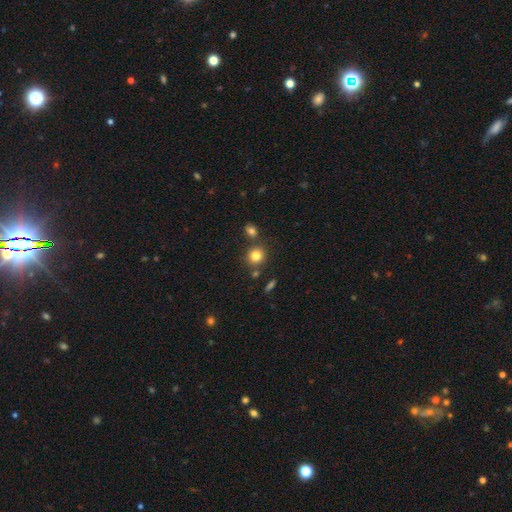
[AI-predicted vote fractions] smooth 80%, star or artifact 12%, featured or disk 8%. Down the decision tree: how rounded — round (85%); merging — none (76%).